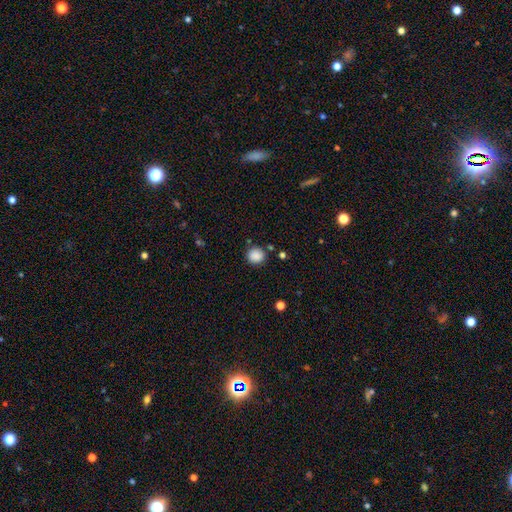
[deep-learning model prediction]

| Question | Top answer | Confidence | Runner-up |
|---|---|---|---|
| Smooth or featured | smooth | 87% | star or artifact (10%) |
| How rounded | round | 86% | in between (13%) |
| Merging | none | 82% | minor disturbance (11%) |